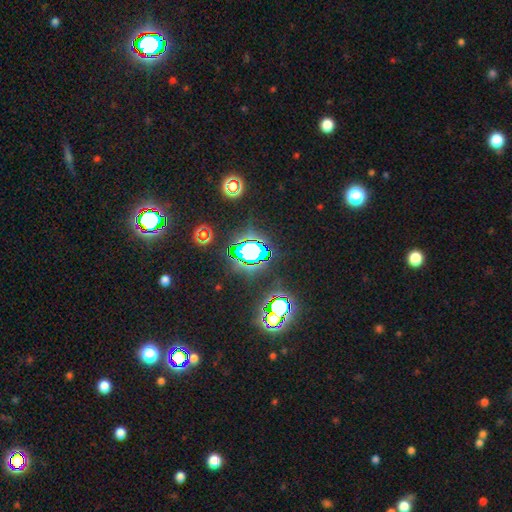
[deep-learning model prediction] Q: Smooth or featured?
A: star or artifact (81%); runner-up: smooth (11%)